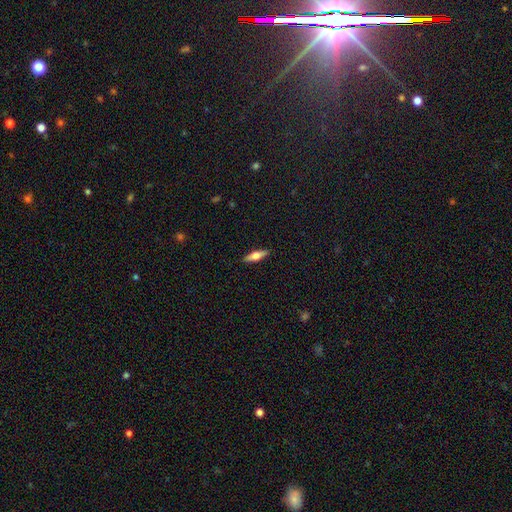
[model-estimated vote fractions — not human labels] Smooth or featured? smooth (50%)
How rounded? cigar-shaped (58%)
Merging? none (90%)